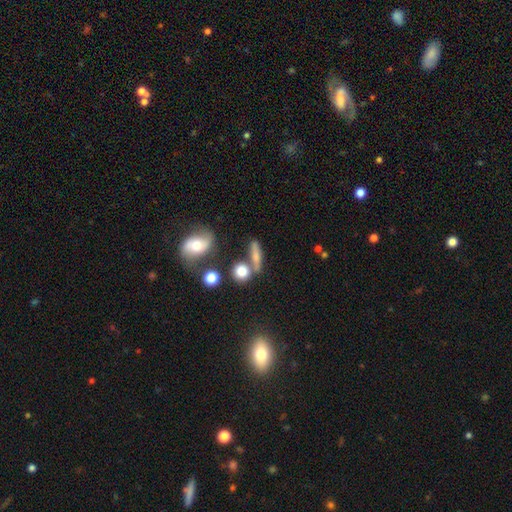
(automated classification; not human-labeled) Q: Smooth or featured?
A: smooth (64%); runner-up: featured or disk (25%)
Q: How rounded?
A: cigar-shaped (46%); runner-up: in between (29%)
Q: Merging?
A: none (58%); runner-up: merger (23%)